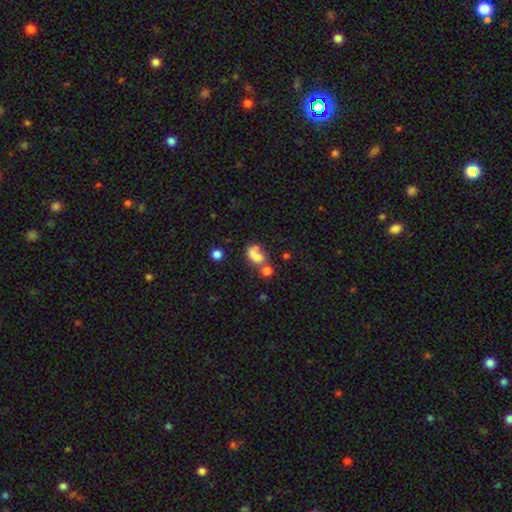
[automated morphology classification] A smooth galaxy with no disk features (60%) that is in between round and cigar-shaped (70%).

Vote fractions:
- Smooth or featured? smooth: 60% / featured or disk: 24% / star or artifact: 16%
- How rounded? in between: 70% / round: 26% / cigar-shaped: 4%
- Merging? merger: 49% / none: 23% / major disturbance: 16% / minor disturbance: 12%